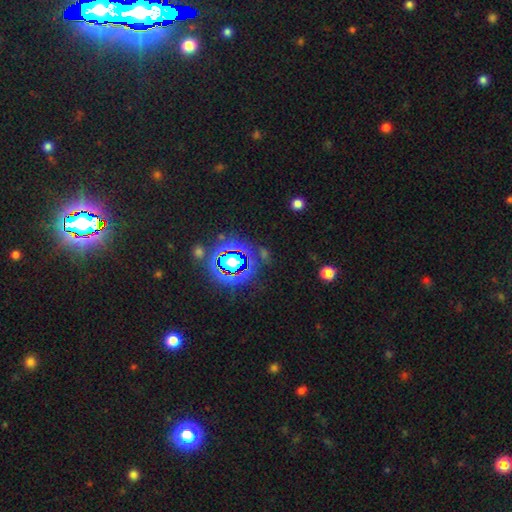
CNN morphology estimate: Smooth or featured?
  - star or artifact: 79% *
  - smooth: 12%
  - featured or disk: 9%